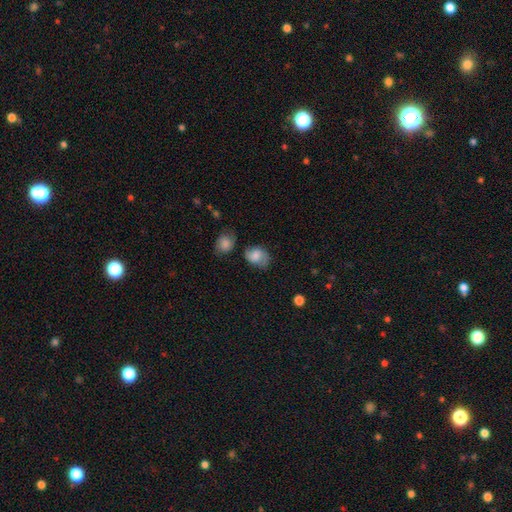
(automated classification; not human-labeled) A smooth galaxy with no disk features (67%) that is in between round and cigar-shaped (60%). Merging: none (58%).